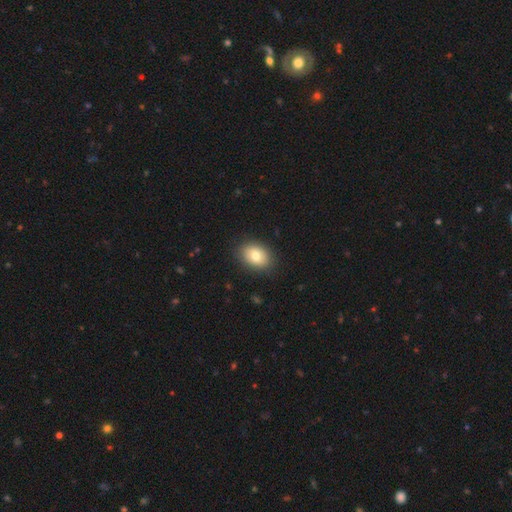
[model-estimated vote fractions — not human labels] This is likely a smooth galaxy (79%). How rounded: likely in between (75%). Merging: clearly none (87%).